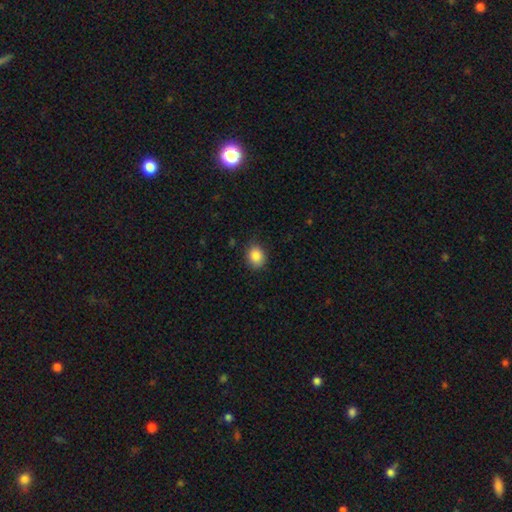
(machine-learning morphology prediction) smooth_or_featured: smooth (p=0.87) [alt: star or artifact p=0.09]
how_rounded: round (p=0.56) [alt: in between p=0.43]
merging: none (p=0.83) [alt: minor disturbance p=0.14]